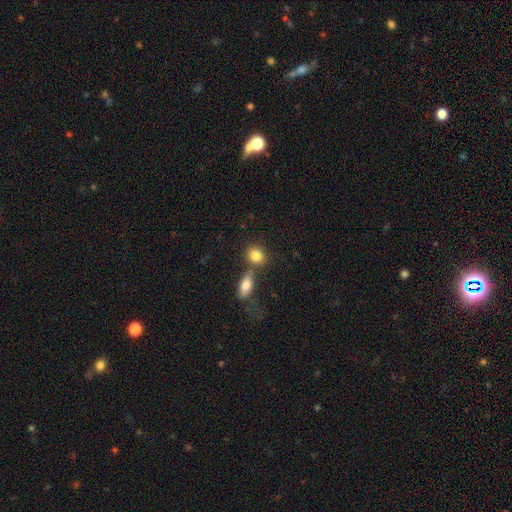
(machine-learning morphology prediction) This appears to be a smooth galaxy with no disk features (84%) that is round (51%). Merging: none (56%).